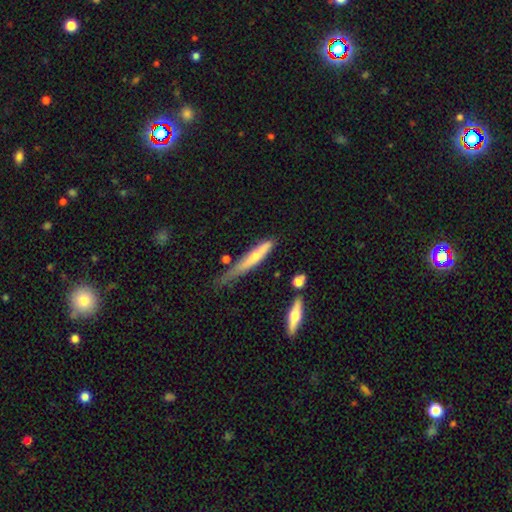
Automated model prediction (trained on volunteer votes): A smooth galaxy with no disk features (55%) that is cigar-shaped (89%).

Vote fractions:
- Smooth or featured? smooth: 55% / featured or disk: 39% / star or artifact: 6%
- How rounded? cigar-shaped: 89% / in between: 9% / round: 2%
- Merging? none: 39% / minor disturbance: 35% / major disturbance: 18% / merger: 7%